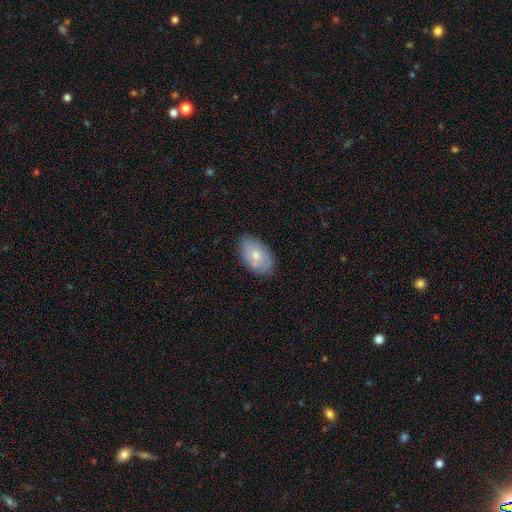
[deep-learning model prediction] Smooth or featured? Predicted: smooth (p=0.69). How rounded? Predicted: in between (p=0.91). Merging? Predicted: none (p=0.79).